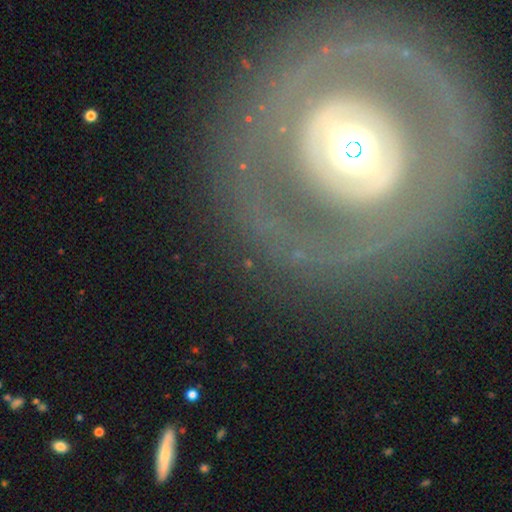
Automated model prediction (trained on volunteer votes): Smooth or featured?
  - featured or disk: 68% *
  - smooth: 23%
  - star or artifact: 9%
Edge-on disk?
  - no: 94% *
  - yes: 6%
Bar?
  - no: 66% *
  - weak: 19%
  - strong: 15%
Spiral arms?
  - no: 63% *
  - yes: 37%
Bulge size?
  - moderate: 54% *
  - large: 29%
  - small: 10%
  - dominant: 5%
  - none: 1%
Merging?
  - none: 81% *
  - minor disturbance: 10%
  - major disturbance: 8%
  - merger: 2%